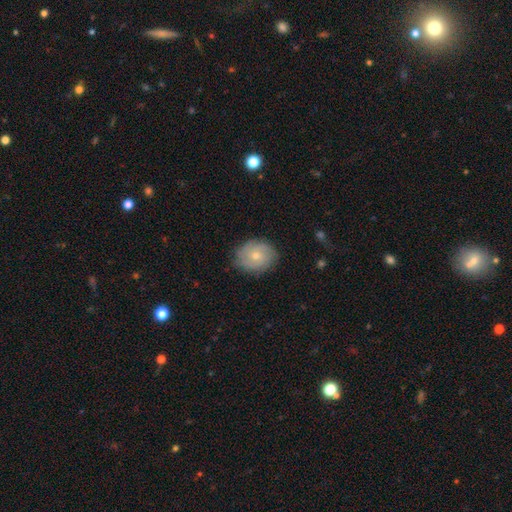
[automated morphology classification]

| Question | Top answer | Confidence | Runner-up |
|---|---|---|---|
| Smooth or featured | featured or disk | 47% | smooth (45%) |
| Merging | none | 79% | minor disturbance (16%) |